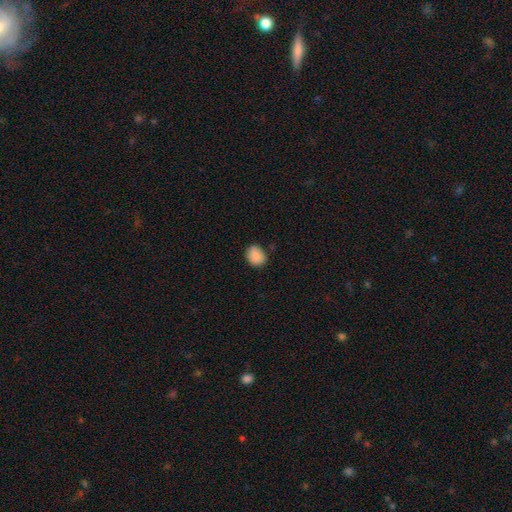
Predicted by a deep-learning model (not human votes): Smooth or featured: smooth — 88% (star or artifact — 8%)
How rounded: round — 56% (in between — 43%)
Merging: none — 81% (minor disturbance — 15%)